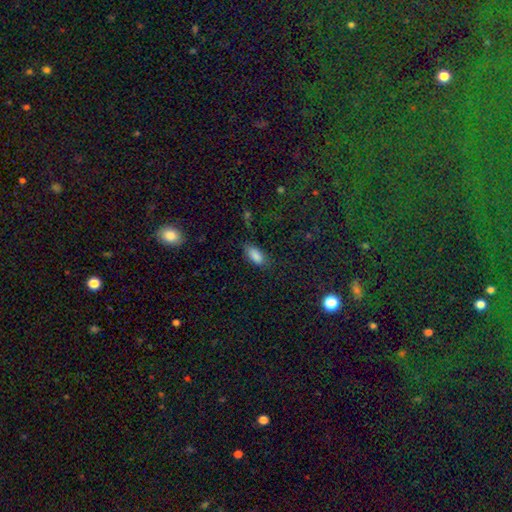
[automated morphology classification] Smooth or featured? Predicted: smooth (p=0.85). How rounded? Predicted: in between (p=0.90). Merging? Predicted: none (p=0.72).